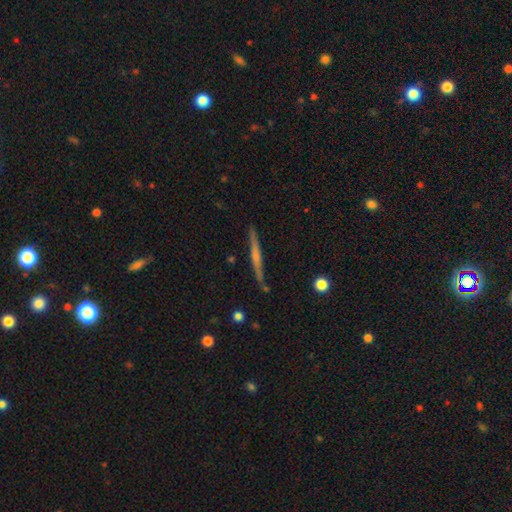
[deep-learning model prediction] The model was most divided on "edge-on bulge": rounded: 54%, none: 36%, boxy: 11%. More confident: edge-on disk — yes (95%); merging — none (86%); smooth or featured — featured or disk (64%).